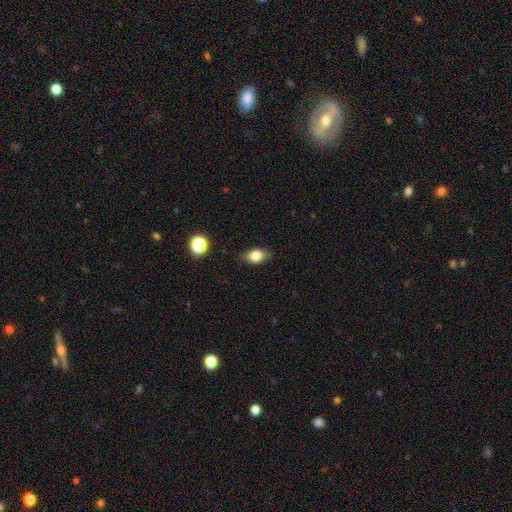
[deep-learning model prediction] smooth_or_featured: smooth (p=0.78) [alt: featured or disk p=0.13]
how_rounded: in between (p=0.78) [alt: round p=0.18]
merging: none (p=0.81) [alt: minor disturbance p=0.15]